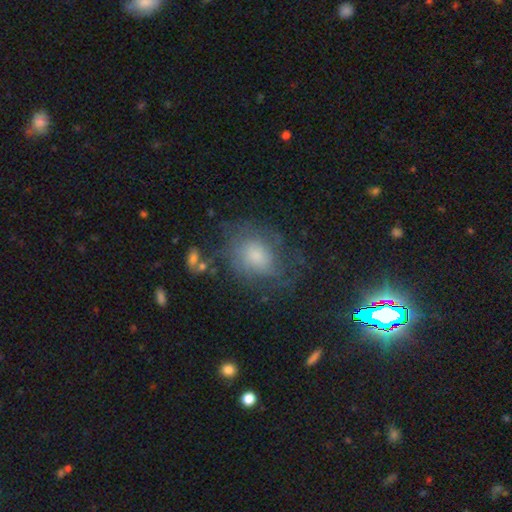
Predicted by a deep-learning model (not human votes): A featured or disk galaxy (46%).

Vote fractions:
- Smooth or featured? featured or disk: 46% / smooth: 43% / star or artifact: 12%
- Merging? none: 54% / minor disturbance: 23% / major disturbance: 20% / merger: 3%